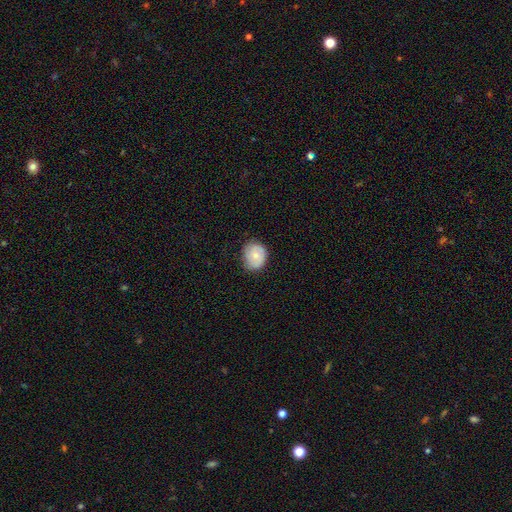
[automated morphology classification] Overall: smooth (63%; featured or disk 30%). How rounded: round (69%; in between 30%). Merging: none (73%).